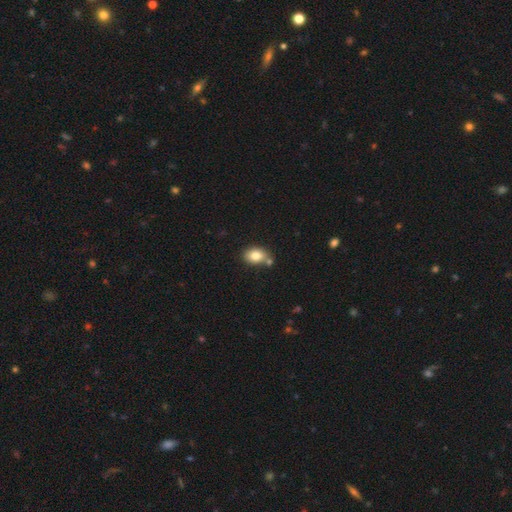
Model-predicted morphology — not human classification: smooth 80%, featured or disk 11%, star or artifact 9%. Down the decision tree: how rounded — in between (74%); merging — none (64%).